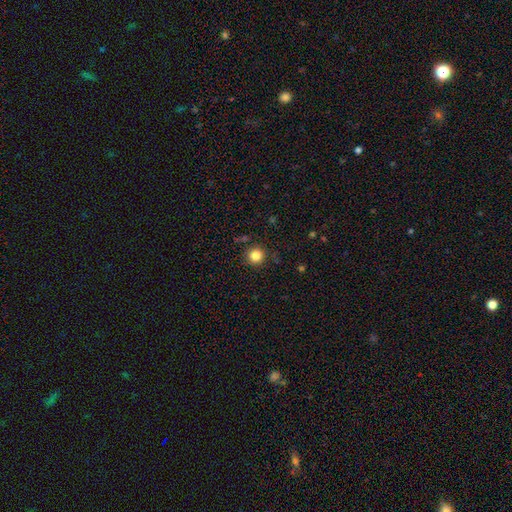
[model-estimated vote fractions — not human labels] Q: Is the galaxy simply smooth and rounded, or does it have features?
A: smooth — 84%.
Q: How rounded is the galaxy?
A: round — 94%.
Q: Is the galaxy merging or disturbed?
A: none — 89%.